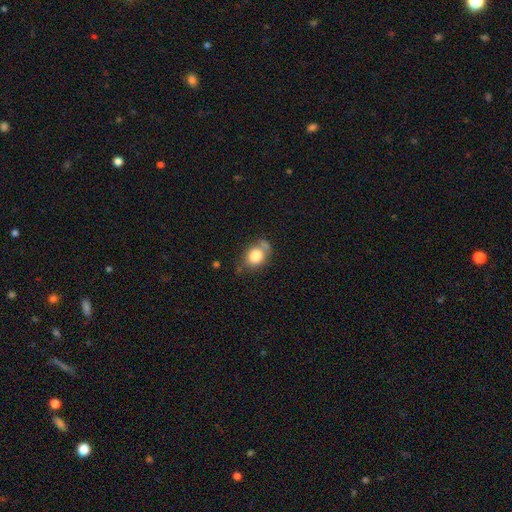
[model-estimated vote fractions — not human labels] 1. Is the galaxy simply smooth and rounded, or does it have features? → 80% smooth, 11% featured or disk, 9% star or artifact.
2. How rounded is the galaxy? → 54% round, 45% in between, 1% cigar-shaped.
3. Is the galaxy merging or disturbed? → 58% none, 22% minor disturbance, 13% merger, 7% major disturbance.